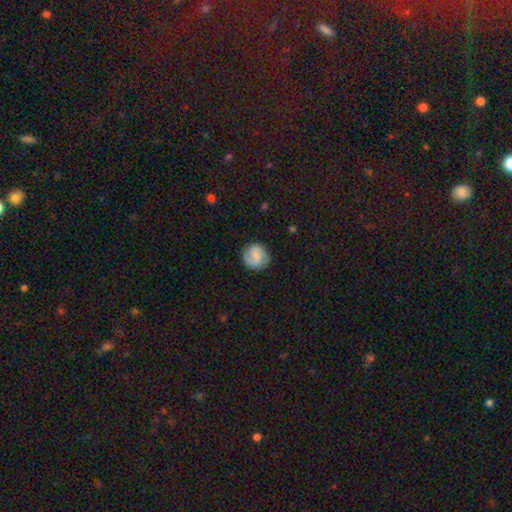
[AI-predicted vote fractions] This is likely a featured or disk galaxy (68%). It is clearly not viewed edge-on (98%). Bar: possibly weak (50%). Spiral arm pattern: clearly yes (94%). Spiral arm count: clearly 2 (88%). Spiral winding: possibly medium (49%). Central bulge: possibly small (54%). Merging: clearly none (84%).